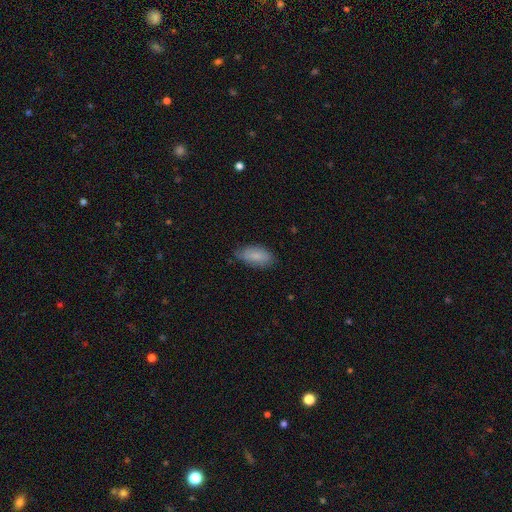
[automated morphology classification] type=smooth (82%); roundness=in between (90%); merging=none (68%).